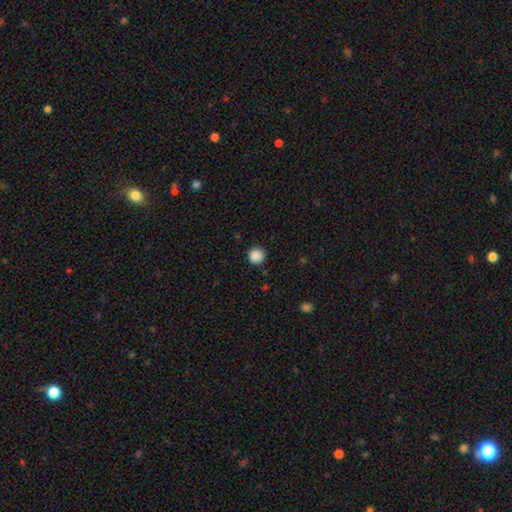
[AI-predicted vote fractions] Overall: smooth (88%). How rounded: round (95%). Merging: none (91%).